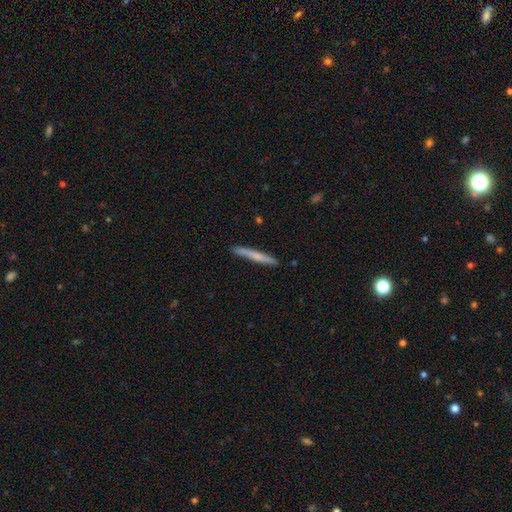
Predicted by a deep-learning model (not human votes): The model was most divided on "smooth or featured": smooth: 56%, featured or disk: 38%, star or artifact: 6%. More confident: how rounded — cigar-shaped (96%); merging — none (87%).